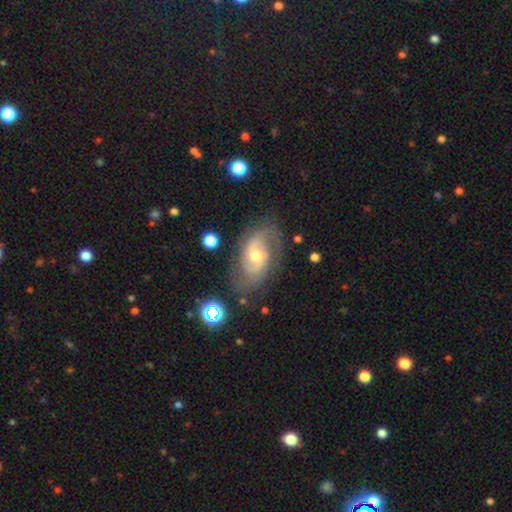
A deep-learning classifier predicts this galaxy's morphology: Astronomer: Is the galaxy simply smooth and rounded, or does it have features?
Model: featured or disk — 82%.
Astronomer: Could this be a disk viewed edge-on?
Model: no — 96%.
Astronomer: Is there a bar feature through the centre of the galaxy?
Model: no — 55% (runner-up: weak, 37%).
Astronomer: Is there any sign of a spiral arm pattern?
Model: yes — 93%.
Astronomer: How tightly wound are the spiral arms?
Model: medium — 47% (runner-up: tight, 34%).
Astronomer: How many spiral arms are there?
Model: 2 — 74%.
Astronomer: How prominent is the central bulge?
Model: moderate — 62%.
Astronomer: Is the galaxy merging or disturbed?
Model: none — 70%.